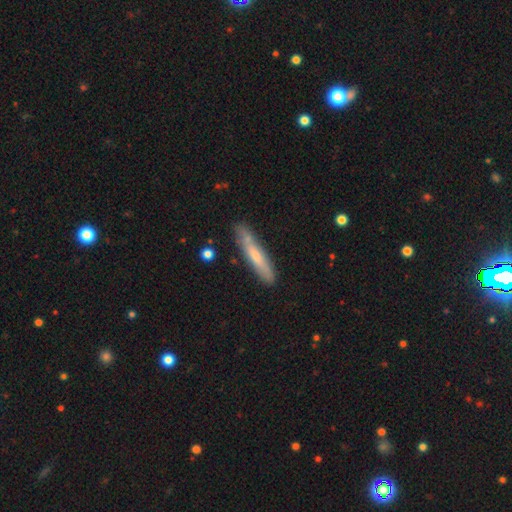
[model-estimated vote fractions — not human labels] Smooth or featured? smooth (55%)
How rounded? cigar-shaped (90%)
Merging? none (80%)